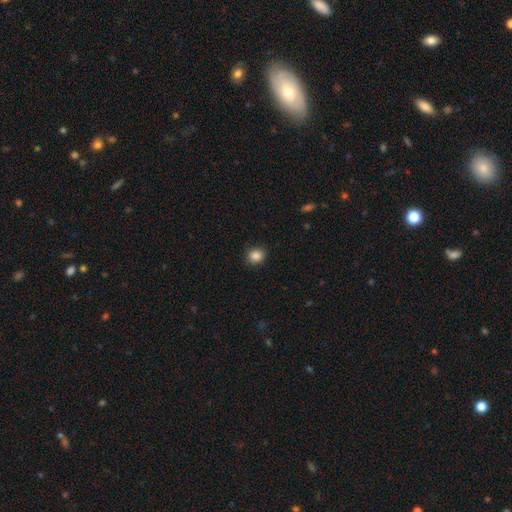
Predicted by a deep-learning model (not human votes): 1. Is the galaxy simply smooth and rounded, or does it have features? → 86% smooth, 10% star or artifact, 4% featured or disk.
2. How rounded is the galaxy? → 75% round, 24% in between, 1% cigar-shaped.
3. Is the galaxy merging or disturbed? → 88% none, 8% minor disturbance, 2% major disturbance, 1% merger.